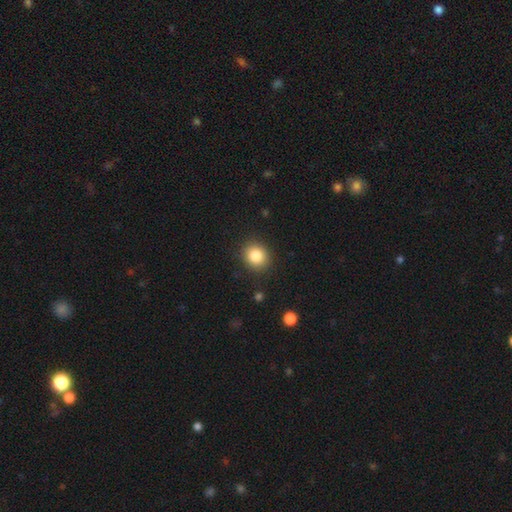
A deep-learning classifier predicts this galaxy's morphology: Smooth or featured? smooth (84%)
How rounded? round (76%)
Merging? none (89%)